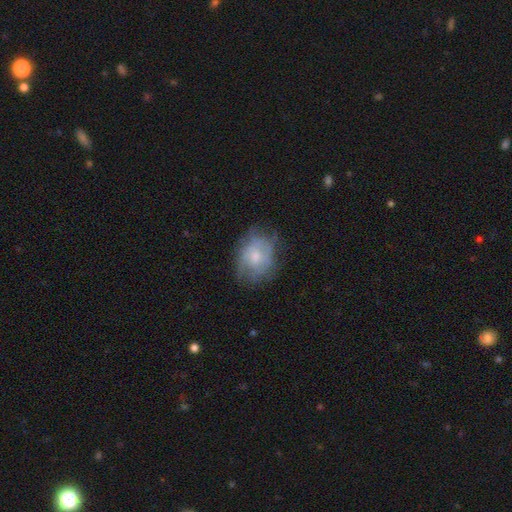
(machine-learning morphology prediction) Smooth or featured: featured or disk — 47% (smooth — 45%)
Merging: none — 57% (minor disturbance — 27%)